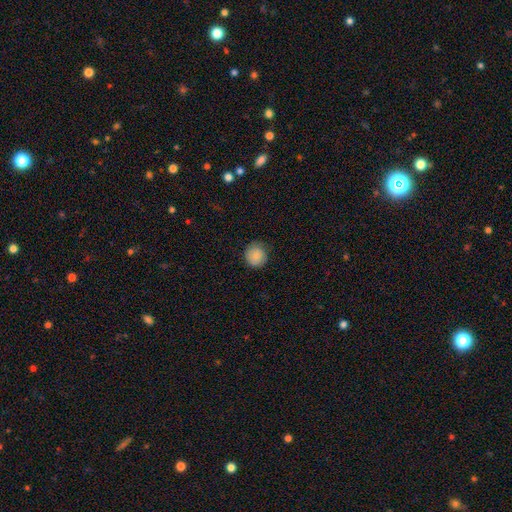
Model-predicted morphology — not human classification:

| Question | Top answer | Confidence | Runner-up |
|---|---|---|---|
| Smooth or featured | smooth | 85% | star or artifact (8%) |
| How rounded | round | 90% | in between (9%) |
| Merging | none | 80% | minor disturbance (16%) |